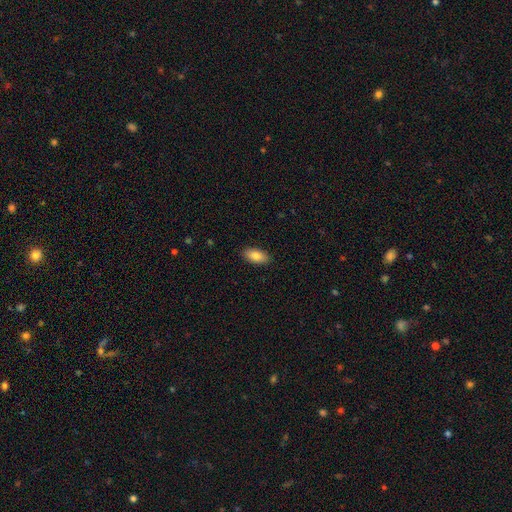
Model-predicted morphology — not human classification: type=smooth (83%); roundness=in between (91%); merging=none (89%).